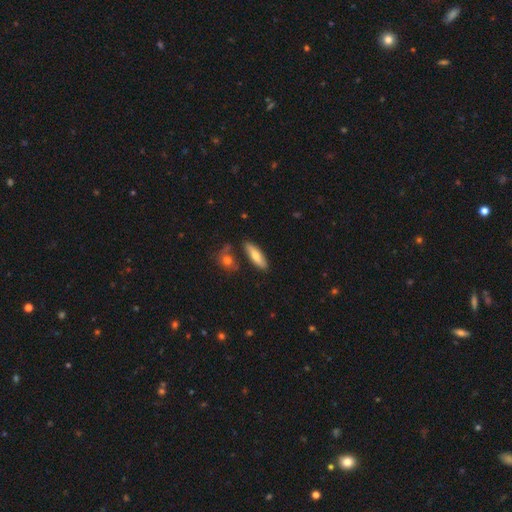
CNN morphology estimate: Smooth or featured: smooth — 65% (featured or disk — 29%)
How rounded: cigar-shaped — 49% (in between — 48%)
Merging: none — 77% (minor disturbance — 13%)